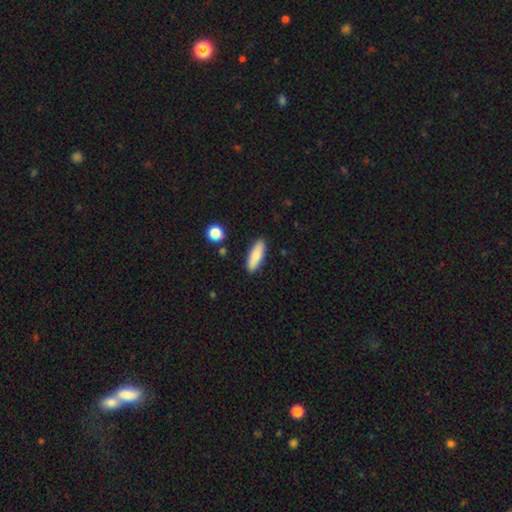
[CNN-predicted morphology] smooth_or_featured: smooth (p=0.82) [alt: featured or disk p=0.12]
how_rounded: in between (p=0.54) [alt: cigar-shaped p=0.44]
merging: none (p=0.88) [alt: minor disturbance p=0.08]